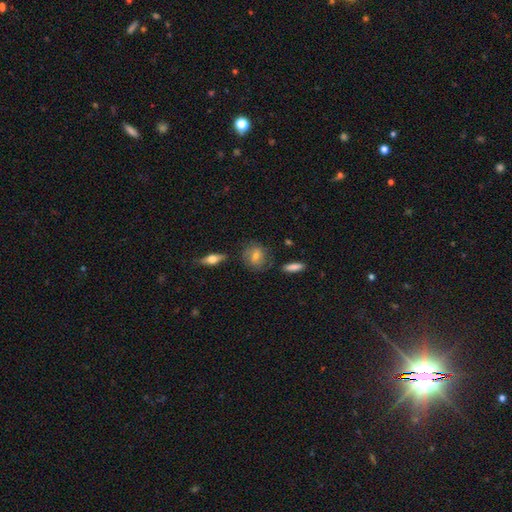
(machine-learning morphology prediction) A smooth galaxy with no disk features (66%) that is round (59%).

Vote fractions:
- Smooth or featured? smooth: 66% / featured or disk: 26% / star or artifact: 8%
- How rounded? round: 59% / in between: 37% / cigar-shaped: 4%
- Merging? none: 74% / minor disturbance: 17% / major disturbance: 5% / merger: 4%